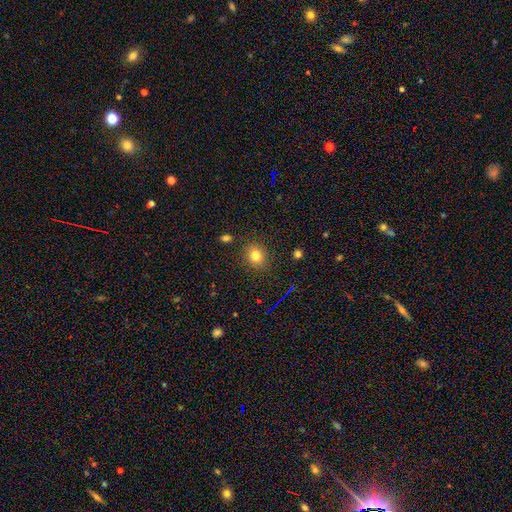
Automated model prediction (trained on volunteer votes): Q: Smooth or featured?
A: smooth (78%); runner-up: star or artifact (15%)
Q: How rounded?
A: round (73%); runner-up: in between (26%)
Q: Merging?
A: none (86%); runner-up: minor disturbance (9%)